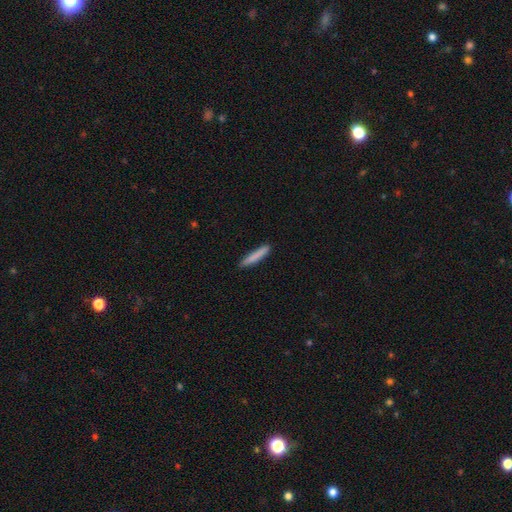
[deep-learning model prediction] This is clearly a smooth galaxy (83%). How rounded: clearly cigar-shaped (93%). Merging: clearly none (89%).